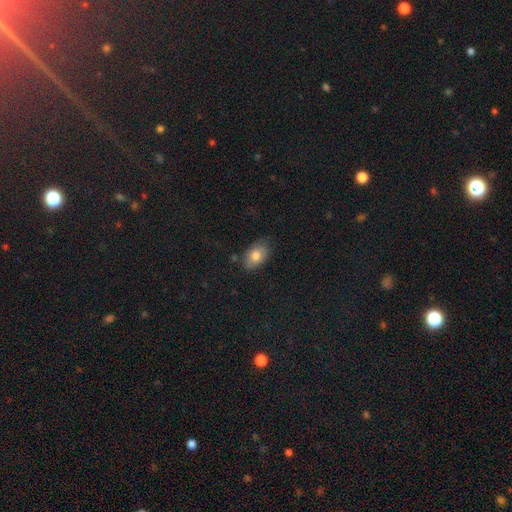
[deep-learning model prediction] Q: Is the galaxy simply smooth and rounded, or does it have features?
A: smooth — 79%.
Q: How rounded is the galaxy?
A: in between — 88%.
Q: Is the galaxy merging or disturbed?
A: none — 75%.